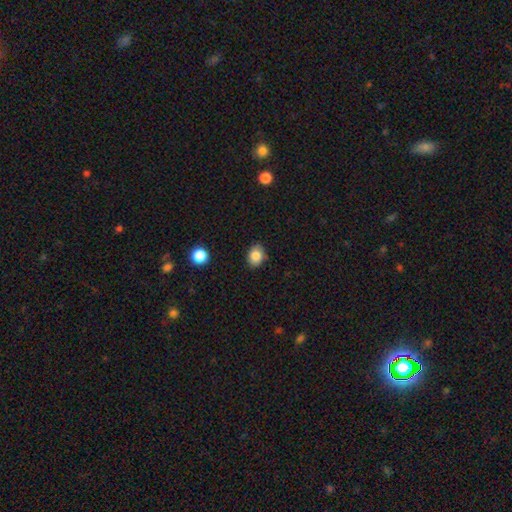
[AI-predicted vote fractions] smooth_or_featured: smooth (p=0.84) [alt: star or artifact p=0.09]
how_rounded: in between (p=0.62) [alt: round p=0.37]
merging: none (p=0.86) [alt: minor disturbance p=0.11]